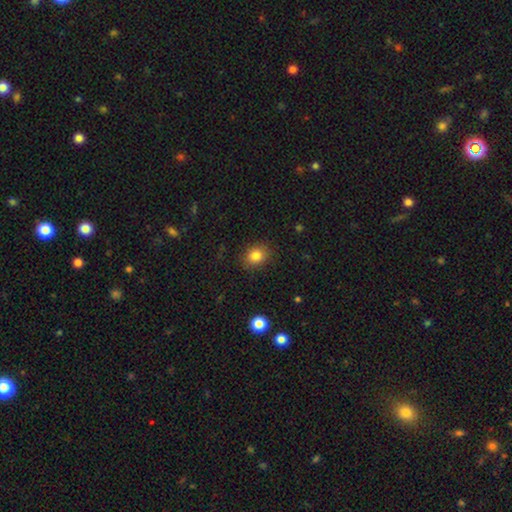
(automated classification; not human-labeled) Smooth or featured? smooth (84%)
How rounded? in between (50%)
Merging? none (86%)